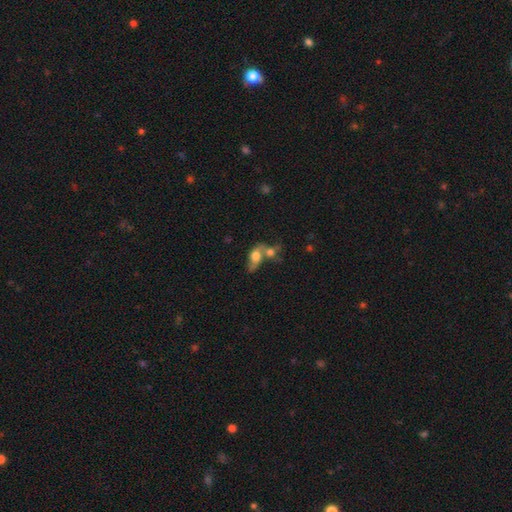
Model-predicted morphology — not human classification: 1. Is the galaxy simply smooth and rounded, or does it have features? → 53% smooth, 37% featured or disk, 10% star or artifact.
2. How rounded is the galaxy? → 71% in between, 23% round, 6% cigar-shaped.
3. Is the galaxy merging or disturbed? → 62% merger, 18% none, 11% major disturbance, 10% minor disturbance.